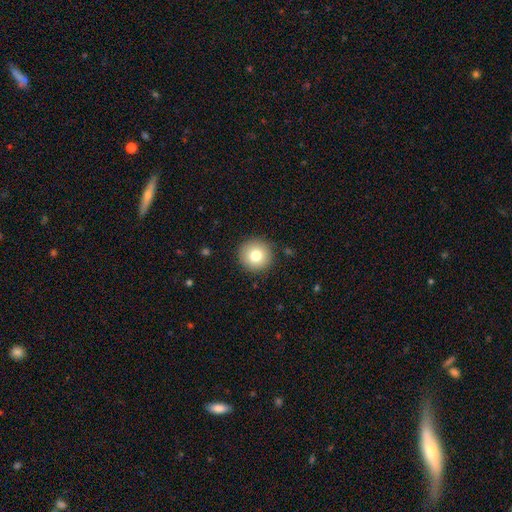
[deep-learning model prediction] Q: Smooth or featured?
A: smooth (77%); runner-up: featured or disk (12%)
Q: How rounded?
A: round (96%); runner-up: in between (4%)
Q: Merging?
A: none (91%); runner-up: minor disturbance (6%)